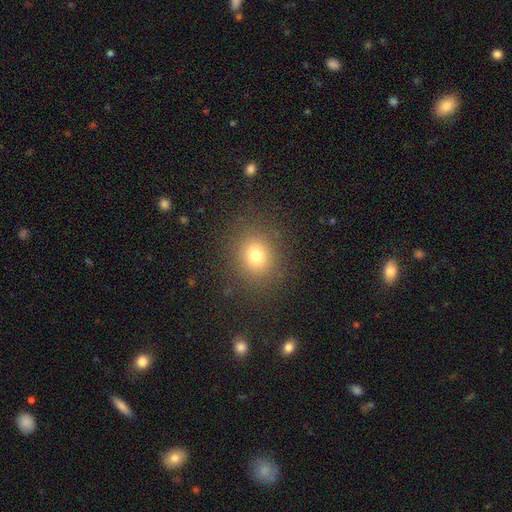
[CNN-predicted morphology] Smooth or featured? Predicted: smooth (p=0.76). How rounded? Predicted: round (p=0.71). Merging? Predicted: none (p=0.86).